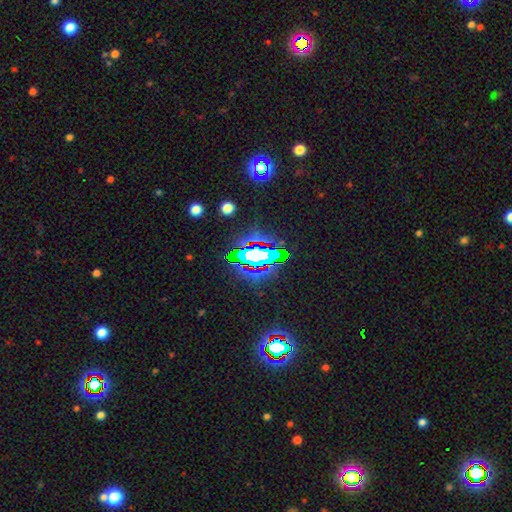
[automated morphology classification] star or artifact 65%, smooth 19%, featured or disk 16%.